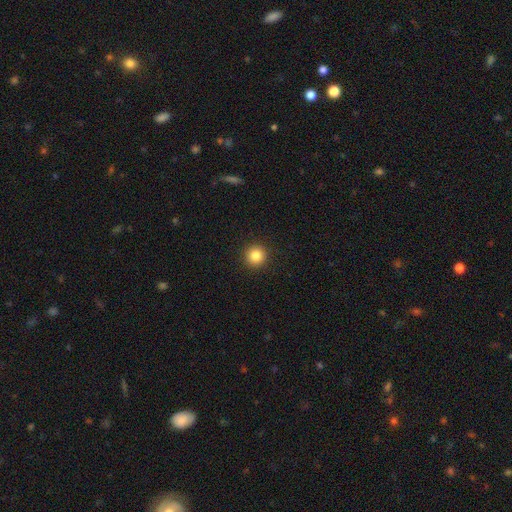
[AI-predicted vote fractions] Overall: smooth (84%). How rounded: round (95%). Merging: none (93%).